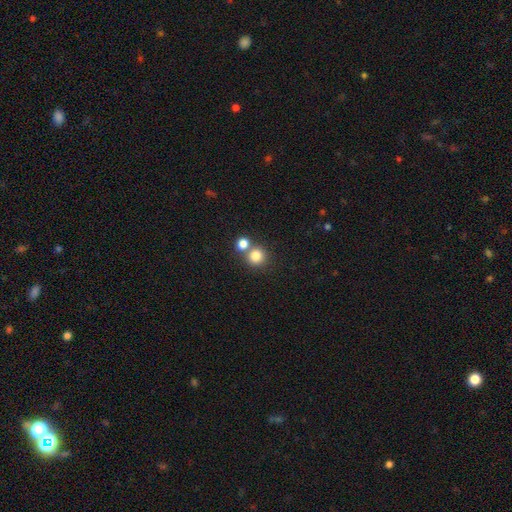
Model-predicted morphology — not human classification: Overall: smooth (82%). How rounded: round (88%). Merging: none (59%; merger 32%).